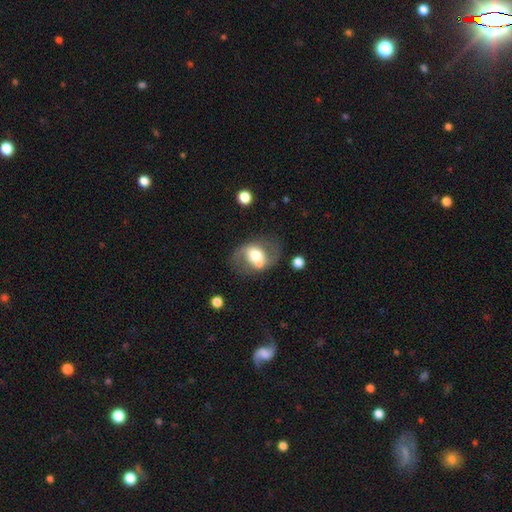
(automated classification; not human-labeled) This appears to be a featured or disk galaxy (54%) with no bar (46%), spiral arms (54%) and a moderate central bulge (55%). Merging: none (56%).